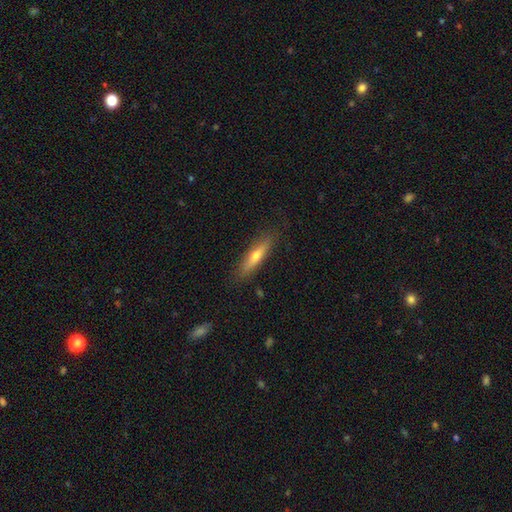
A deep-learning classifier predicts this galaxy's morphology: smooth 48%, featured or disk 45%, star or artifact 7%. Down the decision tree: merging — none (86%).